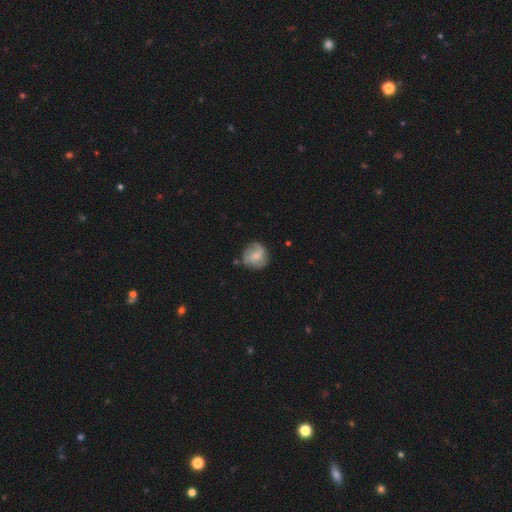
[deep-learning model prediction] Q: Smooth or featured?
A: featured or disk (55%); runner-up: smooth (38%)
Q: Edge-on disk?
A: no (97%); runner-up: yes (3%)
Q: Bar?
A: weak (45%); tied with: no (45%)
Q: Spiral arms?
A: yes (85%); runner-up: no (15%)
Q: Bulge size?
A: small (37%); runner-up: moderate (36%)
Q: Merging?
A: none (68%); runner-up: minor disturbance (20%)